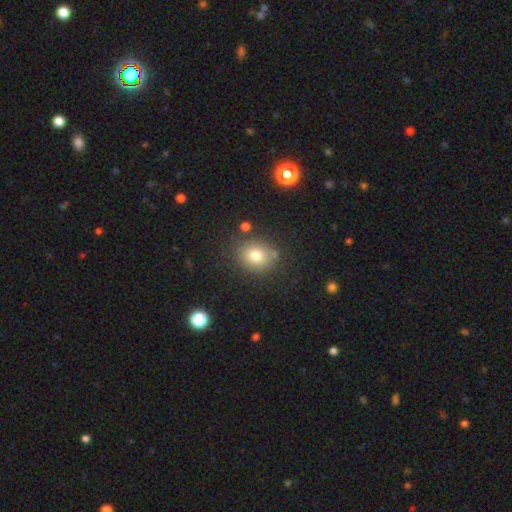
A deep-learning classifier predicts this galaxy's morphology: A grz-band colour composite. It shows a smooth galaxy with no disk features (77%) that is round (69%). Merging: none (80%).